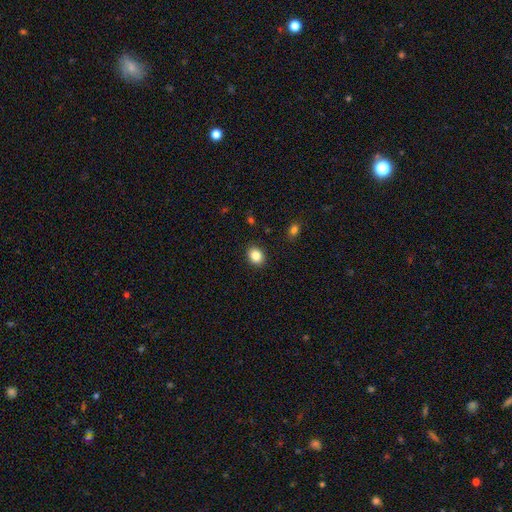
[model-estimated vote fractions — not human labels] This is clearly a smooth galaxy (86%). How rounded: possibly in between (52%). Merging: clearly none (89%).